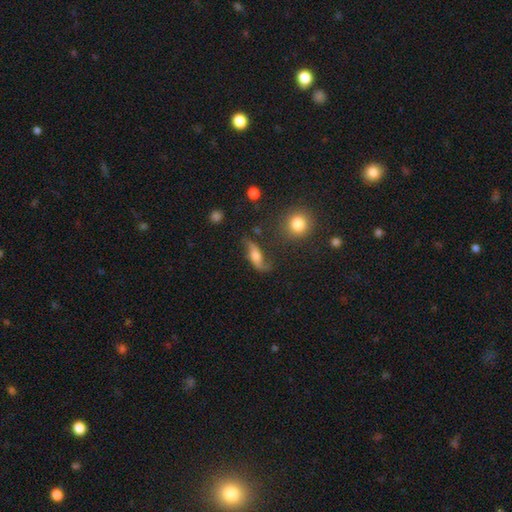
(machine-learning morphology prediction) Smooth or featured? featured or disk (70%)
Edge-on disk? no (82%)
Bar? no (57%)
Spiral arms? yes (92%)
Spiral winding? loose (87%)
Spiral arm count? 2 (91%)
Bulge size? moderate (47%)
Merging? none (64%)